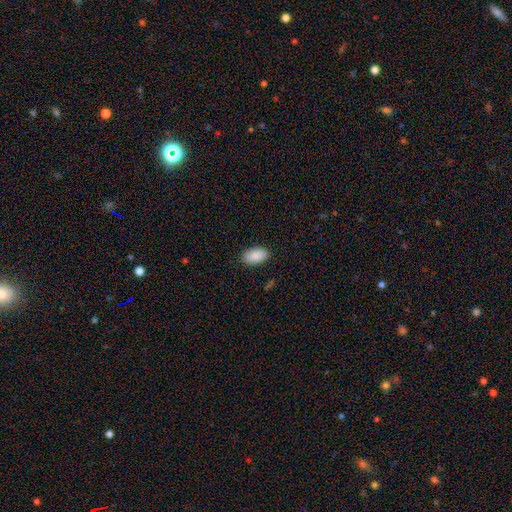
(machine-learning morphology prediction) Smooth or featured: smooth — 90% (star or artifact — 6%)
How rounded: in between — 95% (round — 3%)
Merging: none — 89% (minor disturbance — 8%)